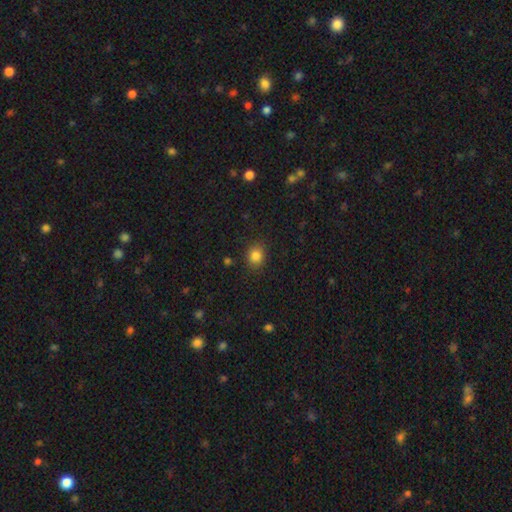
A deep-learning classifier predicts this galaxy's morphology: This is clearly a smooth galaxy (84%). How rounded: likely round (70%). Merging: clearly none (87%).